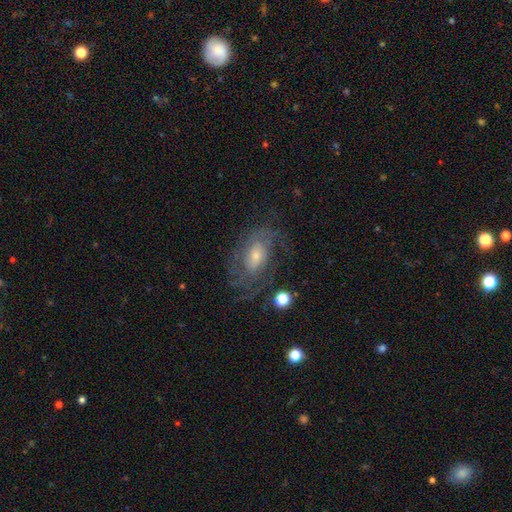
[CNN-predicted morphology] A featured or disk galaxy (72%) with no bar (59%), tight (46%) spiral arms (85%) and a small central bulge (48%). Merging: none (62%).